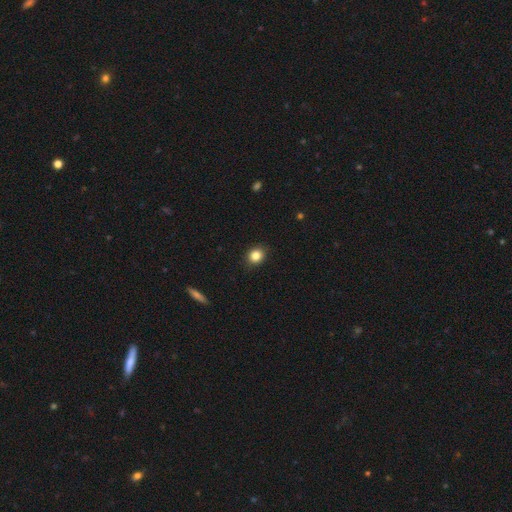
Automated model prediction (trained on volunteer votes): A smooth galaxy with no disk features (84%) that is round (71%).

Vote fractions:
- Smooth or featured? smooth: 84% / star or artifact: 11% / featured or disk: 6%
- How rounded? round: 71% / in between: 28% / cigar-shaped: 1%
- Merging? none: 89% / minor disturbance: 9% / major disturbance: 2% / merger: 1%